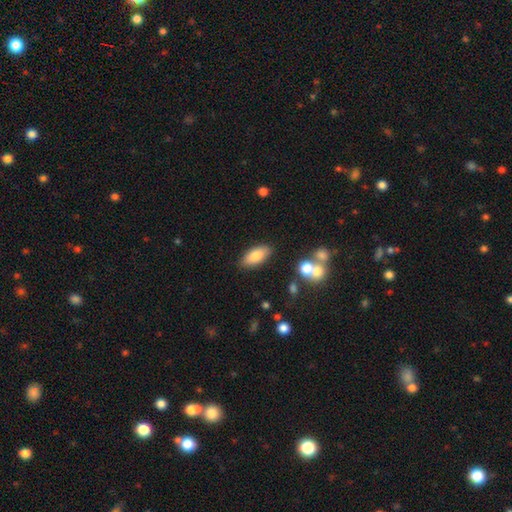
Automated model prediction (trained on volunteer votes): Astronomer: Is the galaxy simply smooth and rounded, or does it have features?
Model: smooth — 78%.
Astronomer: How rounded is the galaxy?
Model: in between — 83%.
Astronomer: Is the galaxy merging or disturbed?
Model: none — 84%.